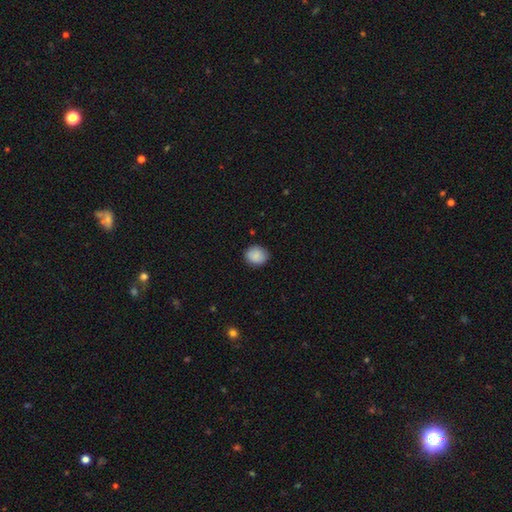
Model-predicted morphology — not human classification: smooth 87%, star or artifact 7%, featured or disk 5%. Down the decision tree: how rounded — round (76%); merging — none (86%).